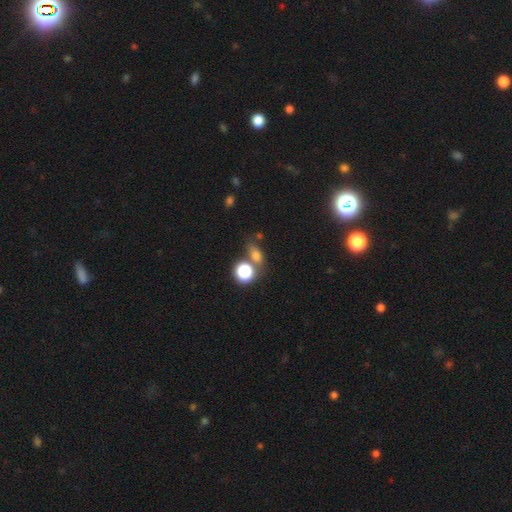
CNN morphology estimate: Overall: smooth (68%). How rounded: in between (59%; round 34%). Merging: none (57%; merger 22%).